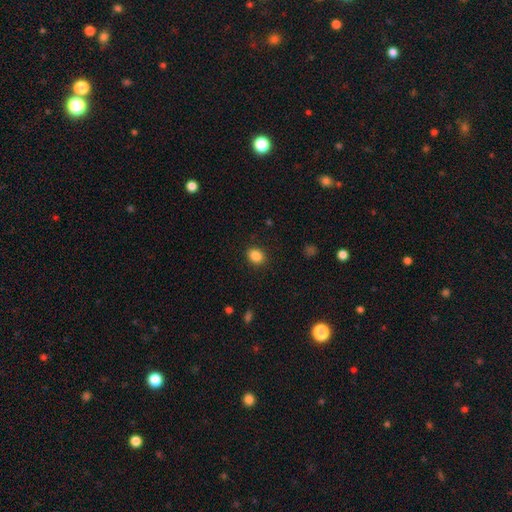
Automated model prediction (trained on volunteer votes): smooth 87%, star or artifact 9%, featured or disk 4%. Down the decision tree: how rounded — in between (56%); merging — none (88%).